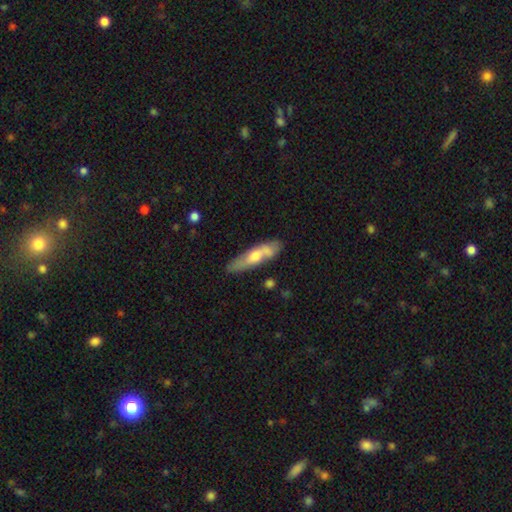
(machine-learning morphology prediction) smooth-or-featured: smooth: 48% | featured or disk: 46% | star or artifact: 6%
  merging: none: 69% | minor disturbance: 19% | merger: 7% | major disturbance: 5%